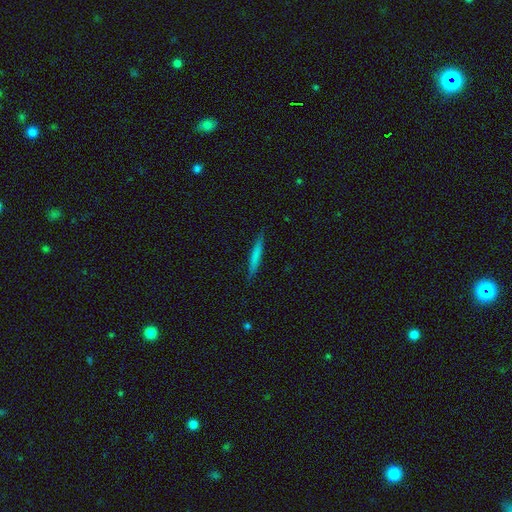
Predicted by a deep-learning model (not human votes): smooth-or-featured: smooth: 68% | featured or disk: 26% | star or artifact: 6%
  how-rounded: cigar-shaped: 95% | in between: 3% | round: 1%
  merging: none: 89% | minor disturbance: 8% | major disturbance: 2% | merger: 1%